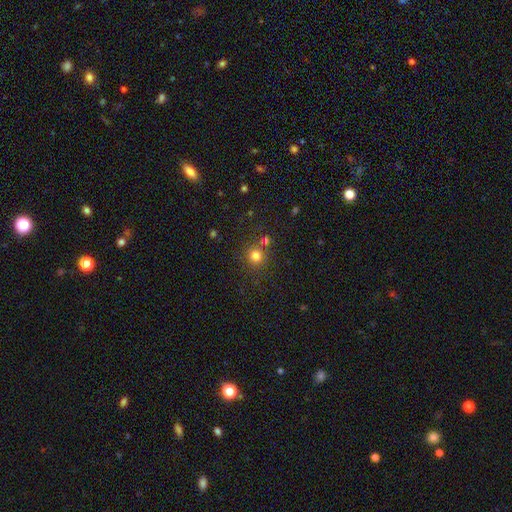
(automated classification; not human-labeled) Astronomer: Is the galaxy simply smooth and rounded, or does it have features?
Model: smooth — 77%.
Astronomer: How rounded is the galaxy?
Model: round — 92%.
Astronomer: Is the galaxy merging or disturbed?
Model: none — 77%.